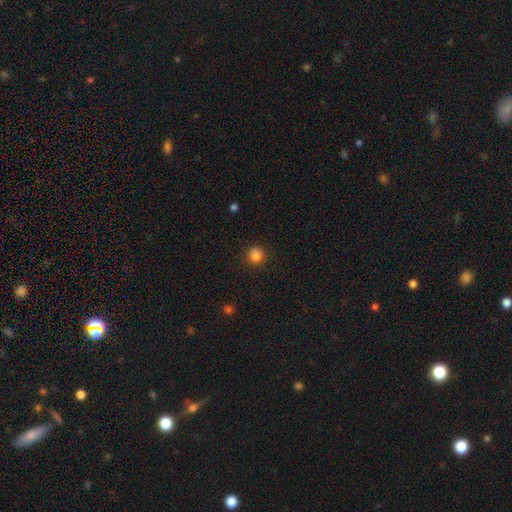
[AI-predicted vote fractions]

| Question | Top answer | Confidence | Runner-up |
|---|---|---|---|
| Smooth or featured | smooth | 85% | star or artifact (12%) |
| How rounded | round | 90% | in between (9%) |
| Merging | none | 89% | minor disturbance (8%) |